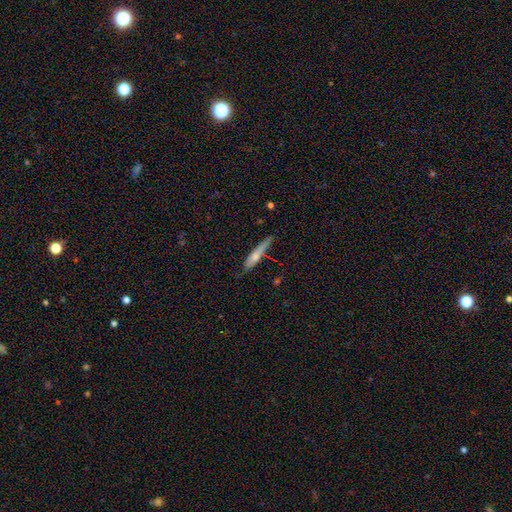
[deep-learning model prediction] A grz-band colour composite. It shows a smooth galaxy with no disk features (62%) that is cigar-shaped (88%). Merging: none (68%).